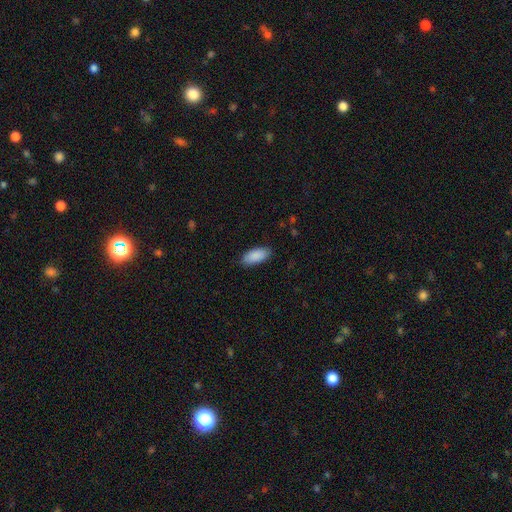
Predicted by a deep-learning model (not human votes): Smooth or featured?
  - smooth: 90% *
  - star or artifact: 6%
  - featured or disk: 4%
How rounded?
  - in between: 89% *
  - cigar-shaped: 9%
  - round: 2%
Merging?
  - none: 86% *
  - minor disturbance: 11%
  - major disturbance: 2%
  - merger: 1%